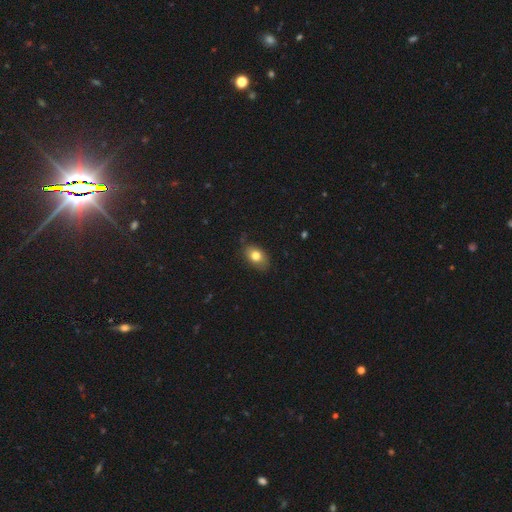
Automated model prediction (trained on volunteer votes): Smooth or featured: smooth — 80% (featured or disk — 12%)
How rounded: in between — 81% (round — 17%)
Merging: none — 76% (minor disturbance — 19%)